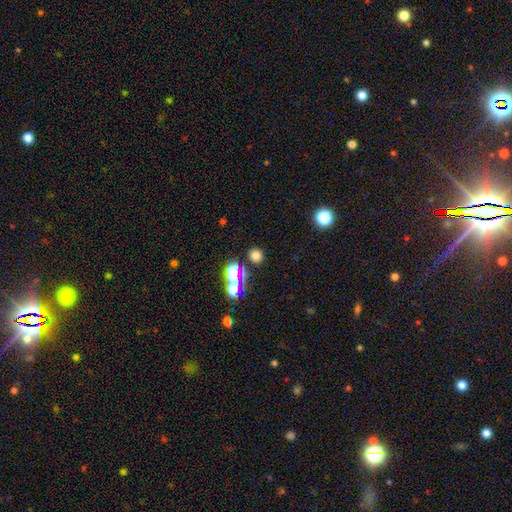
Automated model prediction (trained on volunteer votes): Q: Smooth or featured?
A: smooth (72%); runner-up: star or artifact (22%)
Q: How rounded?
A: round (84%); runner-up: in between (15%)
Q: Merging?
A: none (83%); runner-up: minor disturbance (7%)